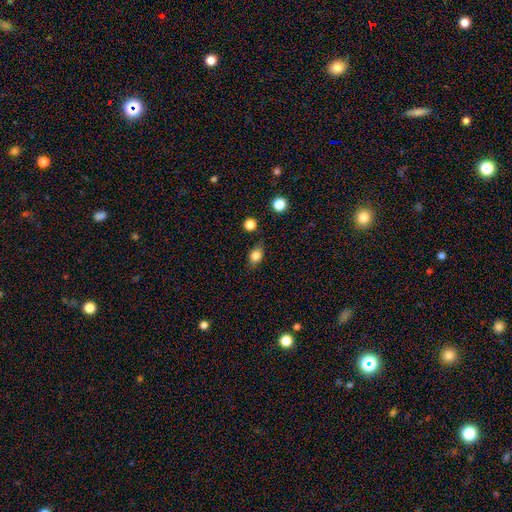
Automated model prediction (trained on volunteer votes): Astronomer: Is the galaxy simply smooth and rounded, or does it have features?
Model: smooth — 81%.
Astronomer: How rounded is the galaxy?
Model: in between — 66%.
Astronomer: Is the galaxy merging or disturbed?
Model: none — 78%.